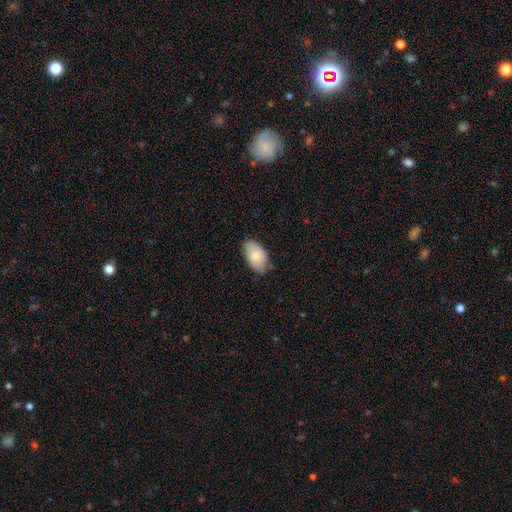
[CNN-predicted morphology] Smooth or featured? smooth (78%)
How rounded? in between (95%)
Merging? none (74%)